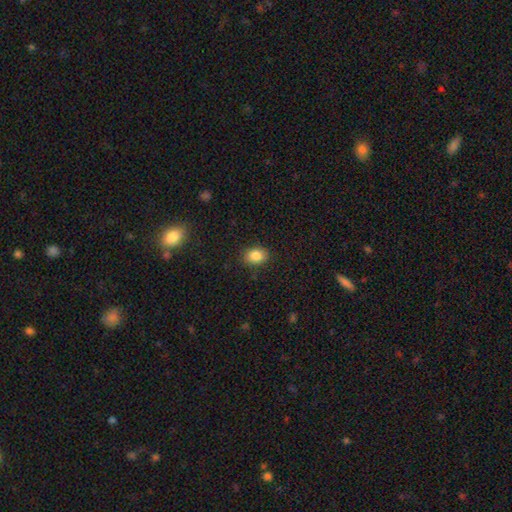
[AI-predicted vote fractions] Smooth or featured?
  - smooth: 84% *
  - star or artifact: 10%
  - featured or disk: 6%
How rounded?
  - in between: 65% *
  - round: 34%
  - cigar-shaped: 1%
Merging?
  - none: 88% *
  - minor disturbance: 9%
  - major disturbance: 2%
  - merger: 1%